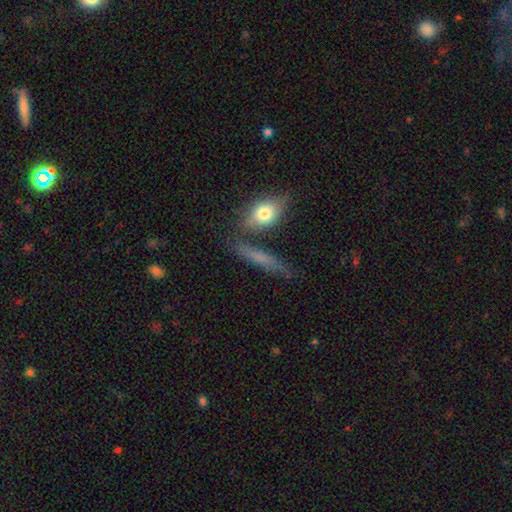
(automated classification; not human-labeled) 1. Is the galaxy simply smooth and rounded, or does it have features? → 61% smooth, 30% featured or disk, 9% star or artifact.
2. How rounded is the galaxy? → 73% cigar-shaped, 20% in between, 7% round.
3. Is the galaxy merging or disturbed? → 71% none, 14% minor disturbance, 11% merger, 4% major disturbance.